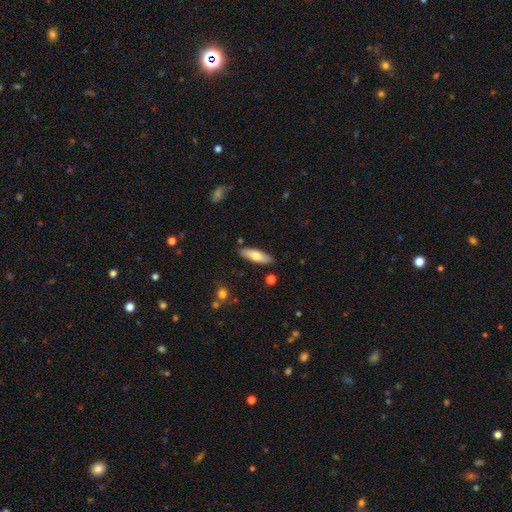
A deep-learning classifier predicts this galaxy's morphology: Smooth or featured? smooth (70%)
How rounded? in between (54%)
Merging? none (86%)